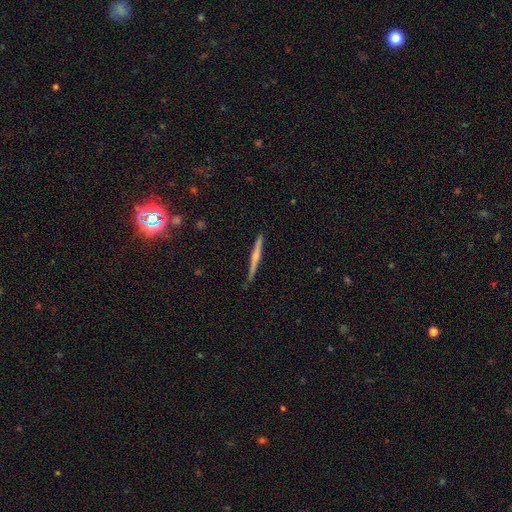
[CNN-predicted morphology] Overall: featured or disk (62%; smooth 31%). Edge-on disk: yes (98%). Edge-on bulge: rounded (60%; none 30%). Merging: none (89%).